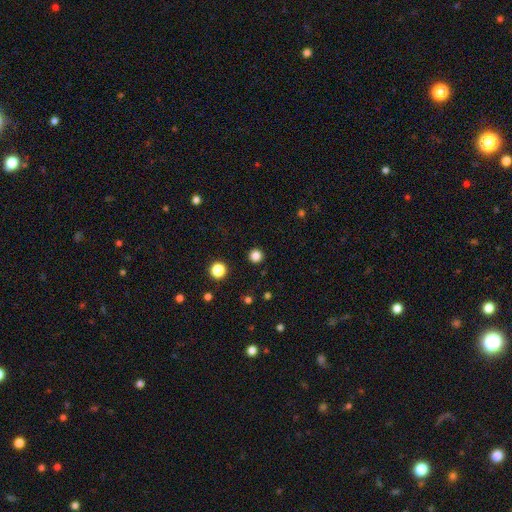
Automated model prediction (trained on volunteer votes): Q: Smooth or featured?
A: smooth (83%); runner-up: star or artifact (14%)
Q: How rounded?
A: round (96%); runner-up: in between (3%)
Q: Merging?
A: none (93%); runner-up: minor disturbance (4%)